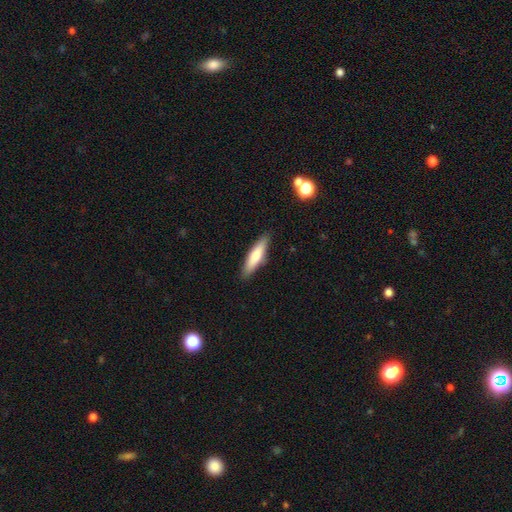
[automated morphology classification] type=smooth (67%); roundness=cigar-shaped (77%); merging=none (89%).